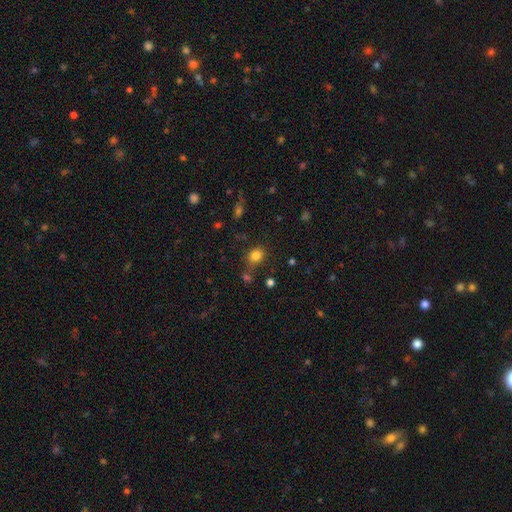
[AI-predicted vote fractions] This appears to be a smooth galaxy with no disk features (81%) that is round (61%). Merging: none (74%).